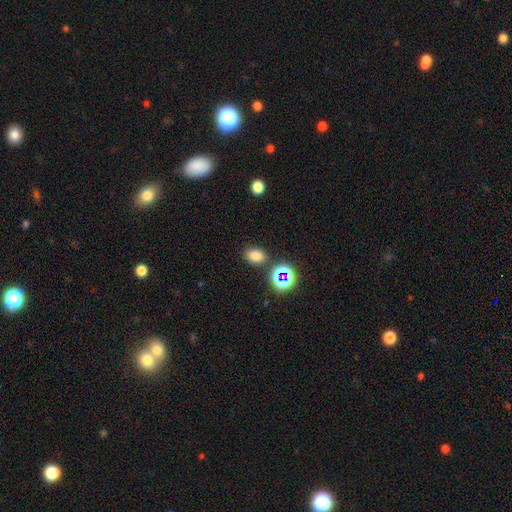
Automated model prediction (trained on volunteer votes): A smooth galaxy with no disk features (75%) that is in between round and cigar-shaped (67%).

Vote fractions:
- Smooth or featured? smooth: 75% / star or artifact: 19% / featured or disk: 6%
- How rounded? in between: 67% / round: 32% / cigar-shaped: 1%
- Merging? none: 81% / minor disturbance: 10% / merger: 5% / major disturbance: 3%